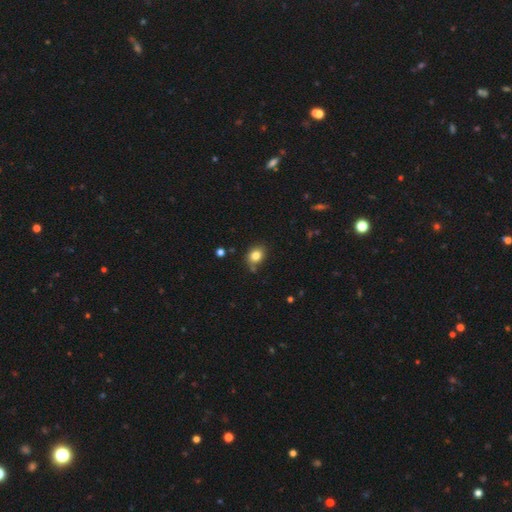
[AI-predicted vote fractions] smooth_or_featured: smooth (p=0.81) [alt: star or artifact p=0.11]
how_rounded: round (p=0.53) [alt: in between p=0.46]
merging: none (p=0.74) [alt: minor disturbance p=0.17]